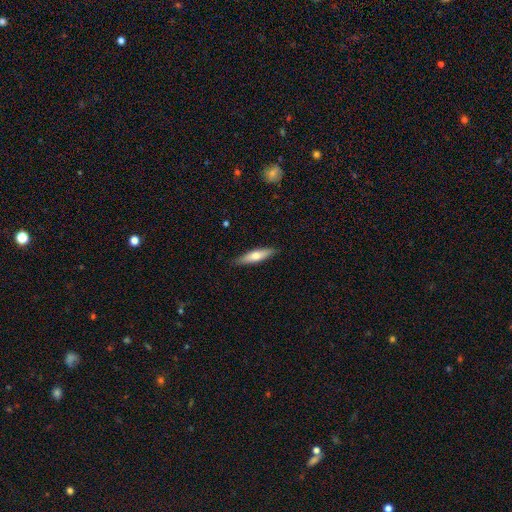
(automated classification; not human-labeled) smooth_or_featured: smooth (p=0.62) [alt: featured or disk p=0.32]
how_rounded: cigar-shaped (p=0.70) [alt: in between p=0.29]
merging: none (p=0.88) [alt: minor disturbance p=0.09]